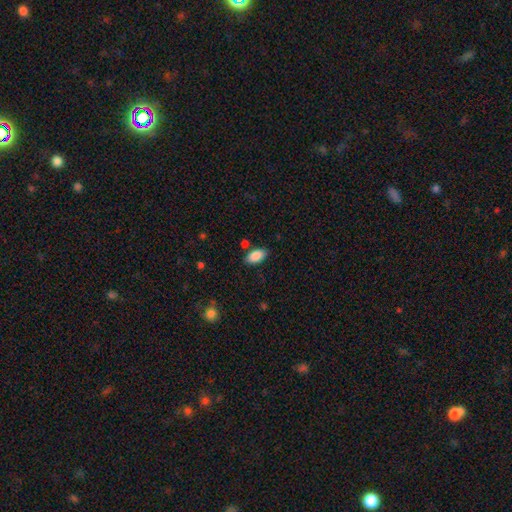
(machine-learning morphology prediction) This is clearly a smooth galaxy (88%). How rounded: clearly in between (93%). Merging: clearly none (82%).